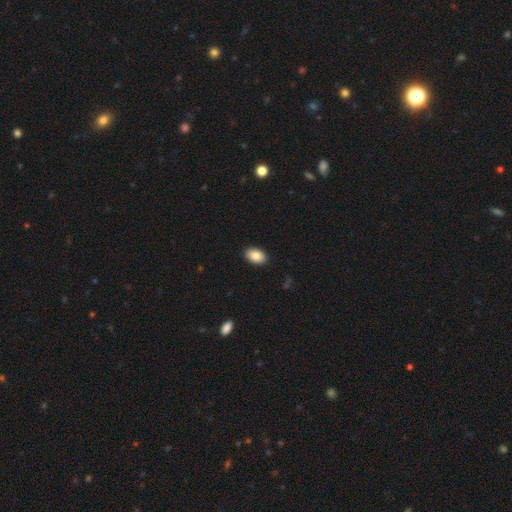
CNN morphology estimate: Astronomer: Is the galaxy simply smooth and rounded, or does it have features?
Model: smooth — 86%.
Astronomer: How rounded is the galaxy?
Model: in between — 91%.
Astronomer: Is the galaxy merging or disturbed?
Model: none — 91%.